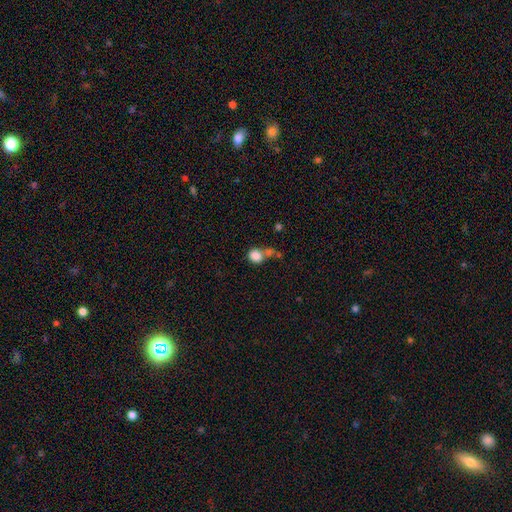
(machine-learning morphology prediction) Smooth or featured?
  - smooth: 84% *
  - star or artifact: 10%
  - featured or disk: 6%
How rounded?
  - round: 75% *
  - in between: 24%
  - cigar-shaped: 1%
Merging?
  - none: 41% *
  - merger: 39%
  - minor disturbance: 12%
  - major disturbance: 8%